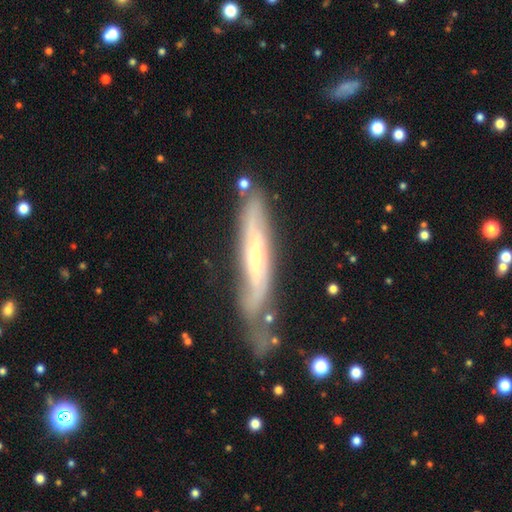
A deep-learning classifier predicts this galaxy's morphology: Smooth or featured: featured or disk — 70% (smooth — 24%)
Edge-on disk: yes — 53% (no — 47%)
Merging: none — 57% (minor disturbance — 26%)